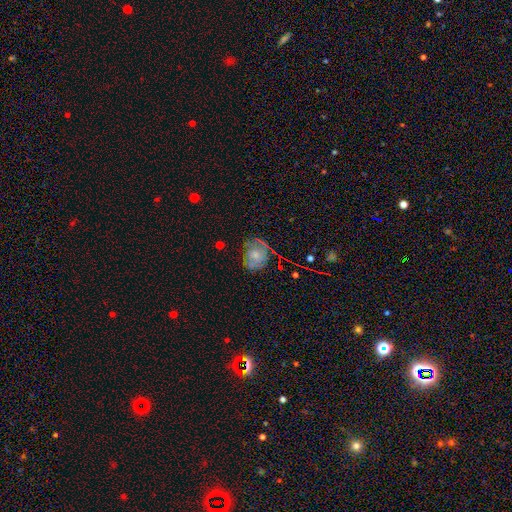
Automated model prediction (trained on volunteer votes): Smooth or featured? smooth (46%)
Merging? none (55%)